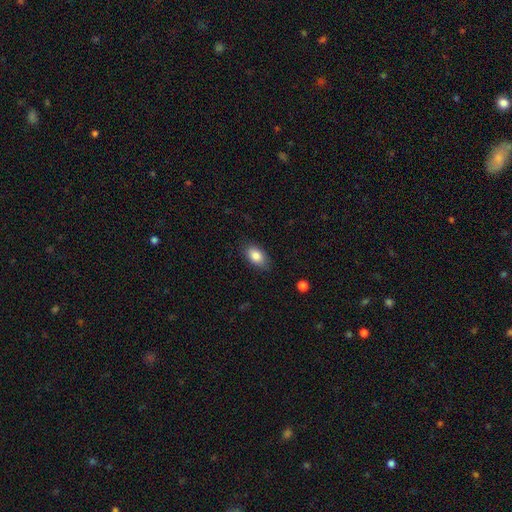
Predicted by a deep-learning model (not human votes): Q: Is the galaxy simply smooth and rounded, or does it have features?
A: smooth — 85%.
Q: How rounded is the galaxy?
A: in between — 91%.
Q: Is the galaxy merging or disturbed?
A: none — 82%.